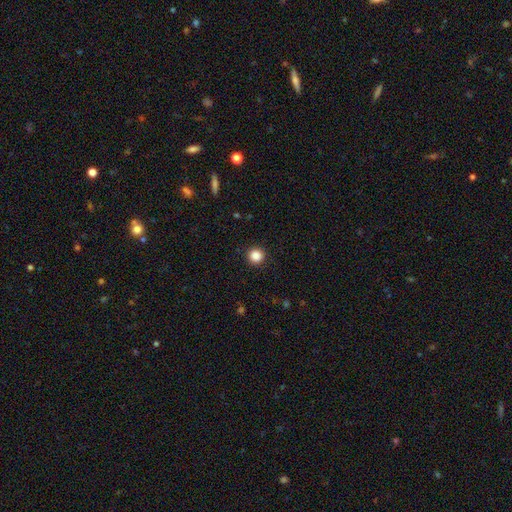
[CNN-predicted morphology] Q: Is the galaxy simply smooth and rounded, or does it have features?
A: smooth — 86%.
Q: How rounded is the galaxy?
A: round — 94%.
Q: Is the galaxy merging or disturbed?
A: none — 92%.